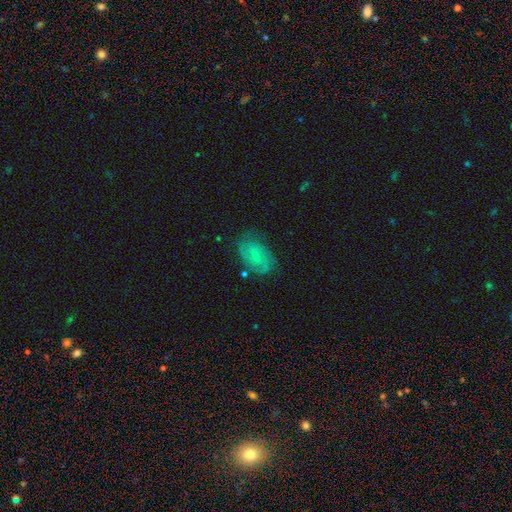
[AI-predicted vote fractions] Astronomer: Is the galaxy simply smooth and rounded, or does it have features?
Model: featured or disk — 64%.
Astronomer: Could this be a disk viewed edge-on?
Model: no — 97%.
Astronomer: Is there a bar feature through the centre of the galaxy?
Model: no — 66%.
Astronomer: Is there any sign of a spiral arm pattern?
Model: yes — 85%.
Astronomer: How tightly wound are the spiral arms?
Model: tight — 47% (runner-up: medium, 38%).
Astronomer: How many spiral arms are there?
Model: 2 — 44% (runner-up: can't tell, 32%).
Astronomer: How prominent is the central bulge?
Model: small — 74%.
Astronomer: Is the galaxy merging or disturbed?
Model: none — 68%.